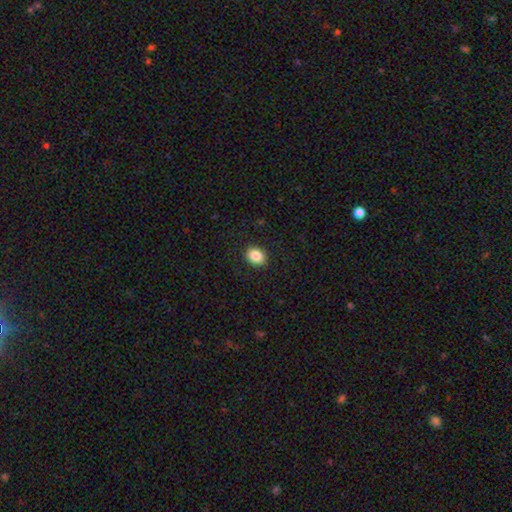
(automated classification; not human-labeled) Smooth or featured: smooth — 87% (star or artifact — 8%)
How rounded: in between — 54% (round — 46%)
Merging: none — 91% (minor disturbance — 7%)